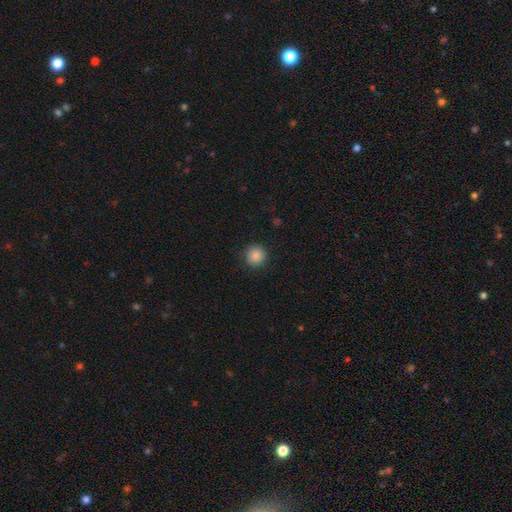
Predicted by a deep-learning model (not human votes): Smooth or featured: smooth — 87% (star or artifact — 9%)
How rounded: round — 93% (in between — 6%)
Merging: none — 89% (minor disturbance — 7%)